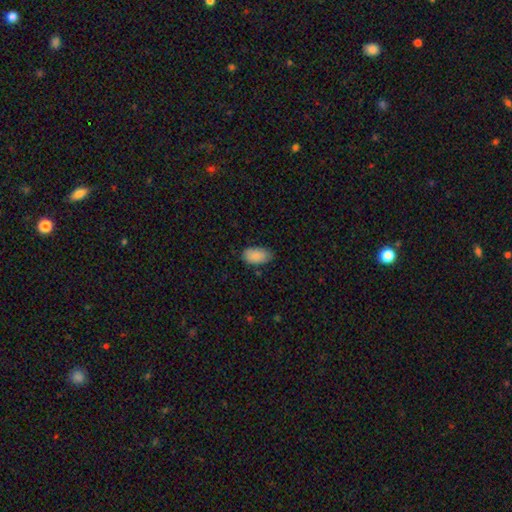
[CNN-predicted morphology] A smooth galaxy with no disk features (88%) that is in between round and cigar-shaped (94%). Merging: none (74%).